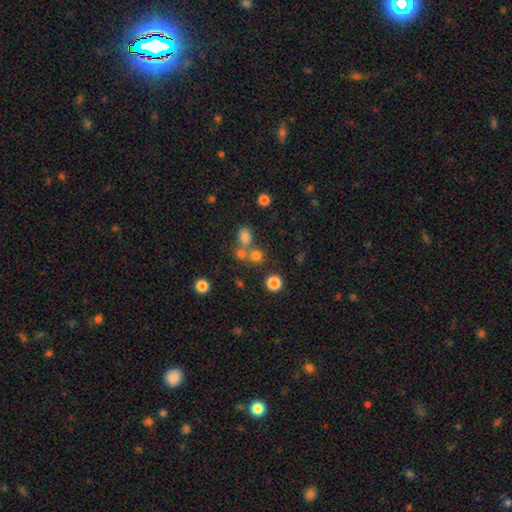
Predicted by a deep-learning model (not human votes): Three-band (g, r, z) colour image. It shows a smooth galaxy with no disk features (71%) that is round (78%). Merging: none (53%).